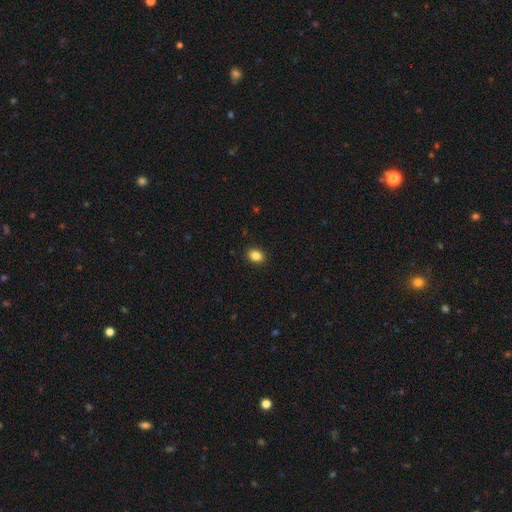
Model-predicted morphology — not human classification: Overall: smooth (86%). How rounded: in between (64%; round 34%). Merging: none (91%).